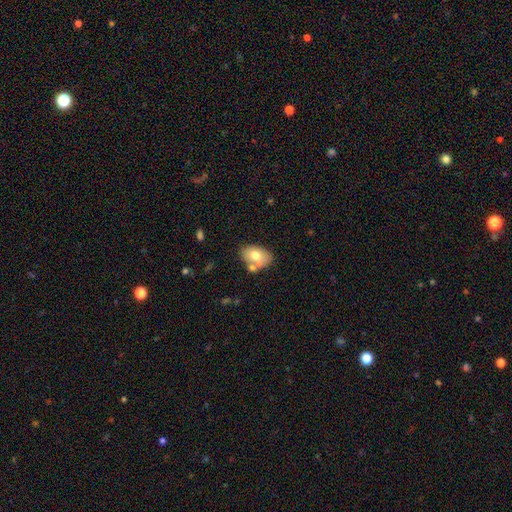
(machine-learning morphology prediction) A smooth galaxy with no disk features (69%) that is in between round and cigar-shaped (84%).

Vote fractions:
- Smooth or featured? smooth: 69% / featured or disk: 23% / star or artifact: 8%
- How rounded? in between: 84% / round: 15% / cigar-shaped: 1%
- Merging? none: 58% / merger: 21% / minor disturbance: 16% / major disturbance: 5%